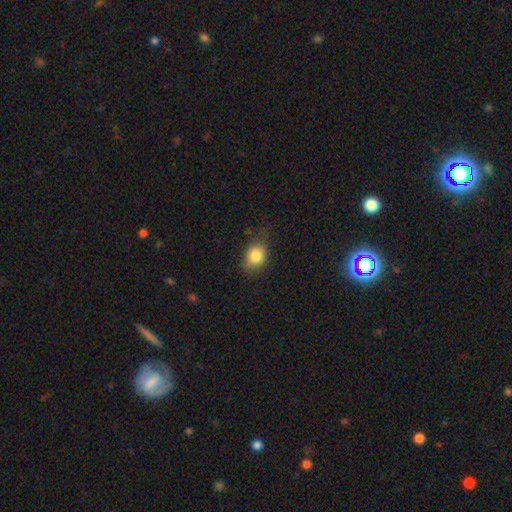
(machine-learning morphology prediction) The model was most divided on "how rounded": round: 51%, in between: 48%, cigar-shaped: 1%. More confident: smooth or featured — smooth (83%); merging — none (62%).